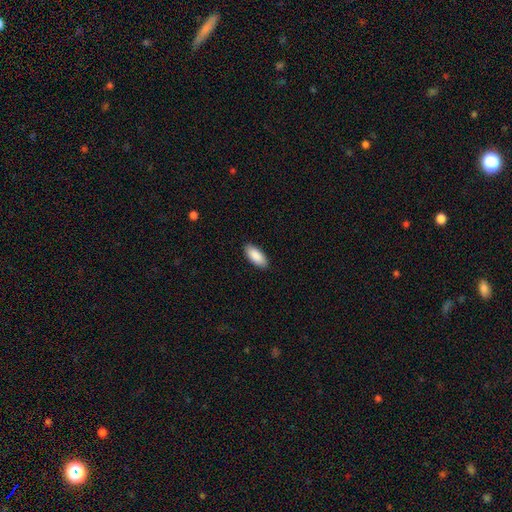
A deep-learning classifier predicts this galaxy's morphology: Overall: smooth (90%). How rounded: in between (88%). Merging: none (90%).